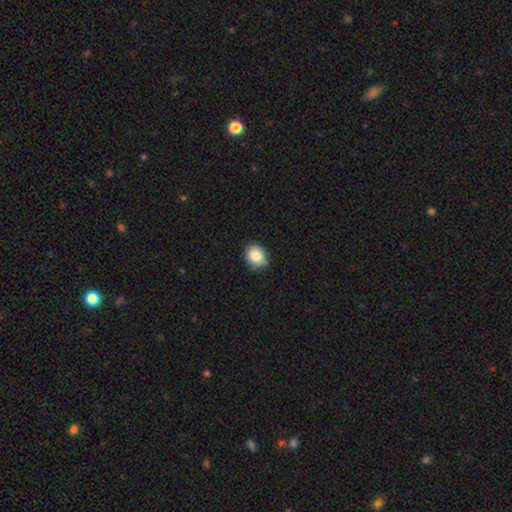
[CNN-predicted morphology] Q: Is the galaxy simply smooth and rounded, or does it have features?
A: smooth — 84%.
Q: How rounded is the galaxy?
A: round — 67%.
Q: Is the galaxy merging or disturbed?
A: none — 78%.